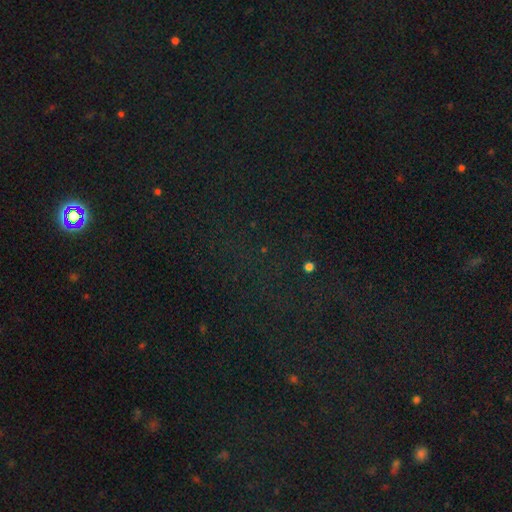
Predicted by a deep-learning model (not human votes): smooth-or-featured: star or artifact: 76% | smooth: 16% | featured or disk: 7%